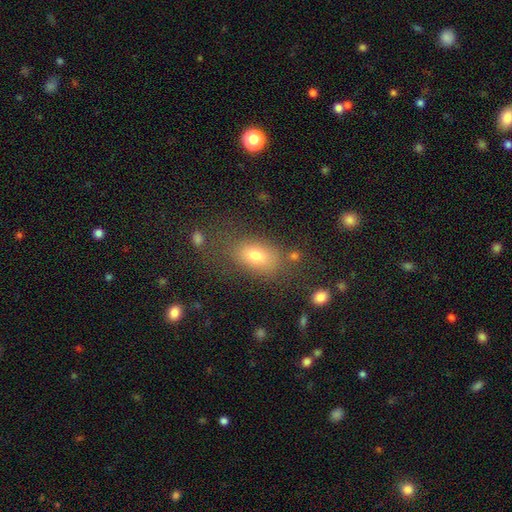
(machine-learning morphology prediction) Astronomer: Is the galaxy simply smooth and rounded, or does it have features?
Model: smooth — 74%.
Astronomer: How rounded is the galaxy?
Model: in between — 84%.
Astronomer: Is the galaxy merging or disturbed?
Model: none — 68%.